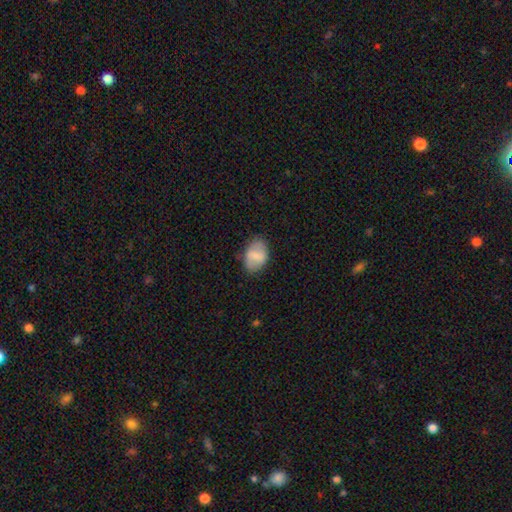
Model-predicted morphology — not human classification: Overall: smooth (56%; featured or disk 36%). How rounded: in between (78%). Merging: none (76%).